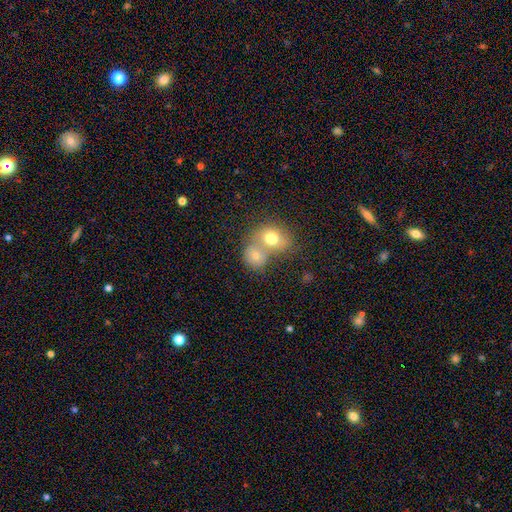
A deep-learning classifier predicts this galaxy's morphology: Smooth or featured? smooth (73%)
How rounded? round (68%)
Merging? merger (62%)